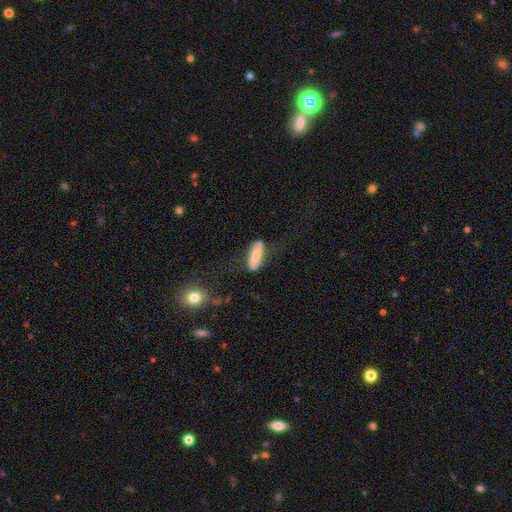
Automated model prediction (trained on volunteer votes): A smooth galaxy with no disk features (48%). Merging: none (74%).